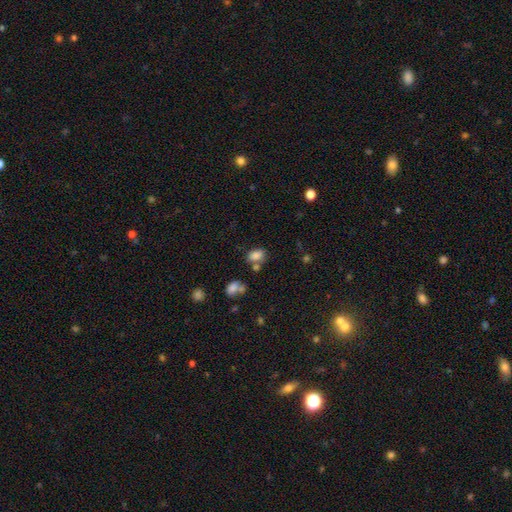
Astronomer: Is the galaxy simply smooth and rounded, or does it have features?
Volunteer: smooth — 85%.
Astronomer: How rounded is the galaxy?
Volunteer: in between — 73%.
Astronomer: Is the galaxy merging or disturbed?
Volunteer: none — 51%.